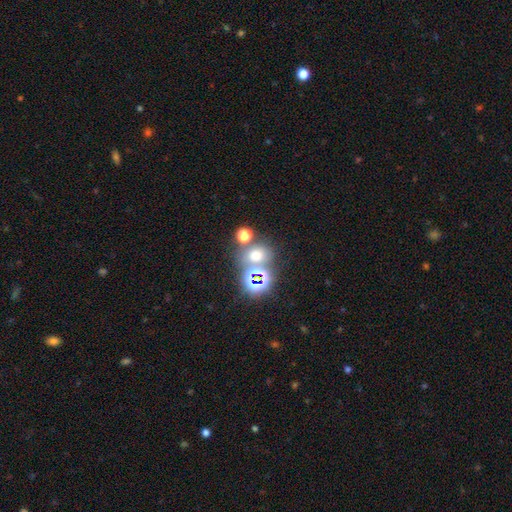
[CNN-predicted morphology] The model was most divided on "smooth or featured": smooth: 55%, star or artifact: 35%, featured or disk: 9%. More confident: how rounded — round (68%); merging — none (59%).